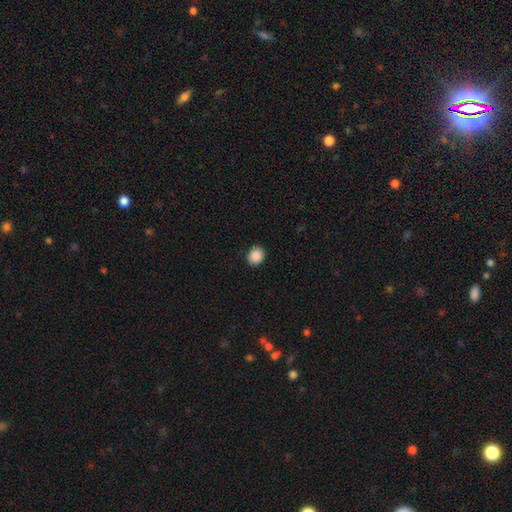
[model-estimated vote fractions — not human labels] Smooth or featured?
  - smooth: 89% *
  - star or artifact: 8%
  - featured or disk: 3%
How rounded?
  - round: 67% *
  - in between: 33%
  - cigar-shaped: 1%
Merging?
  - none: 90% *
  - minor disturbance: 7%
  - major disturbance: 2%
  - merger: 1%